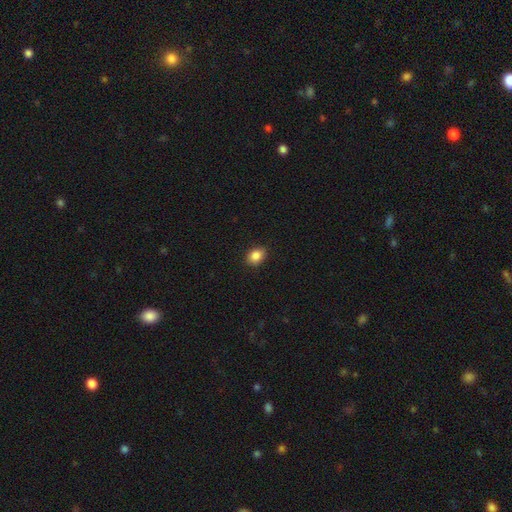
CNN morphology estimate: A smooth galaxy with no disk features (87%) that is in between round and cigar-shaped (65%).

Vote fractions:
- Smooth or featured? smooth: 87% / star or artifact: 9% / featured or disk: 4%
- How rounded? in between: 65% / round: 34% / cigar-shaped: 1%
- Merging? none: 89% / minor disturbance: 8% / major disturbance: 2% / merger: 1%